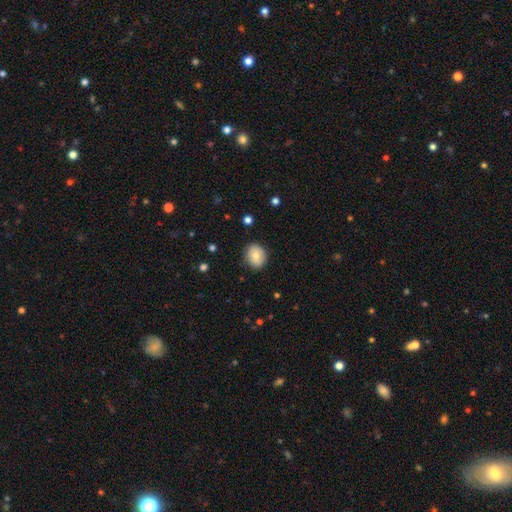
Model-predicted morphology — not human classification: Smooth or featured? smooth (76%)
How rounded? round (62%)
Merging? none (85%)